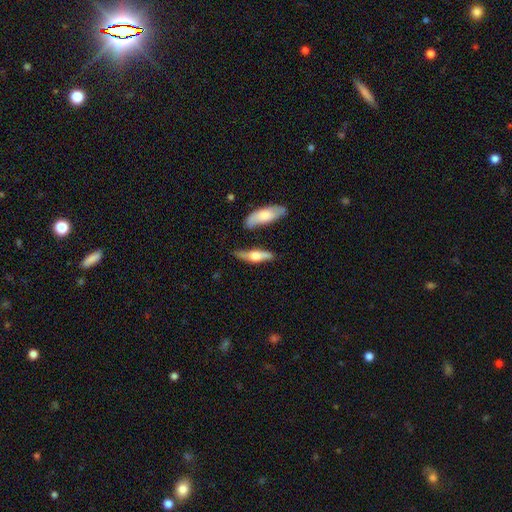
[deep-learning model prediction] Smooth or featured? Predicted: featured or disk (p=0.52). Edge-on disk? Predicted: yes (p=0.90). Merging? Predicted: none (p=0.68).